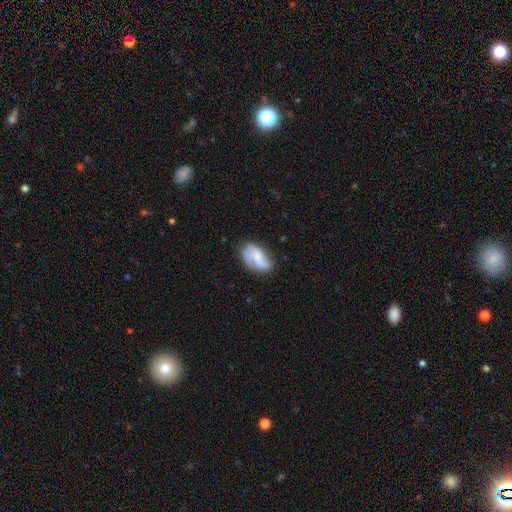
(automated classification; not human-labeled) smooth_or_featured: featured or disk (p=0.52) [alt: smooth p=0.41]
disk_edge_on: no (p=0.96) [alt: yes p=0.04]
merging: none (p=0.55) [alt: minor disturbance p=0.28]